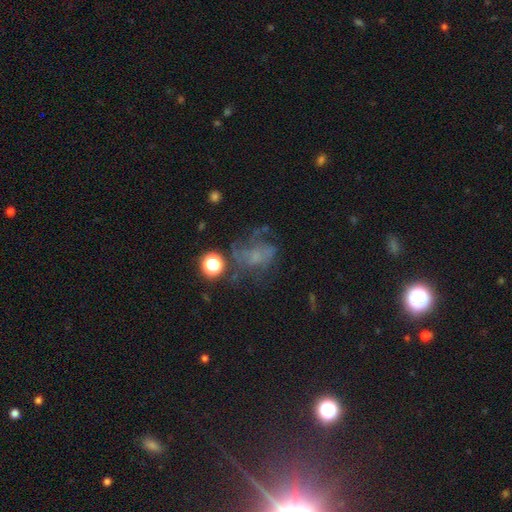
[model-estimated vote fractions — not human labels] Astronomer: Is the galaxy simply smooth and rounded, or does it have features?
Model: featured or disk — 47% (runner-up: smooth, 28%).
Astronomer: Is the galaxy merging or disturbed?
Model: none — 39% (runner-up: major disturbance, 34%).